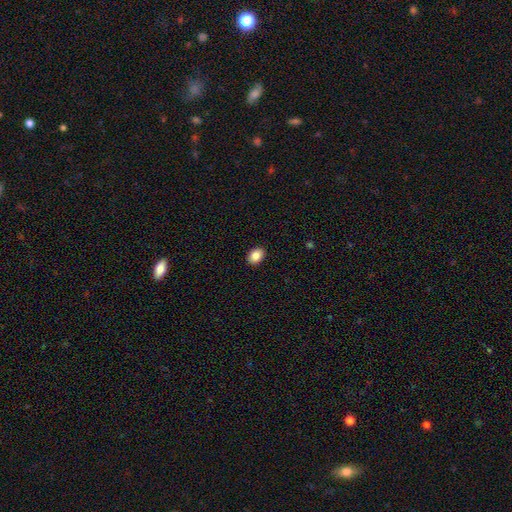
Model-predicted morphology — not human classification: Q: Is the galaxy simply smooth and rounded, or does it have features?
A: smooth — 86%.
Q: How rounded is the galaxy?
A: in between — 73%.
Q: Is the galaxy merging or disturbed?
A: none — 90%.